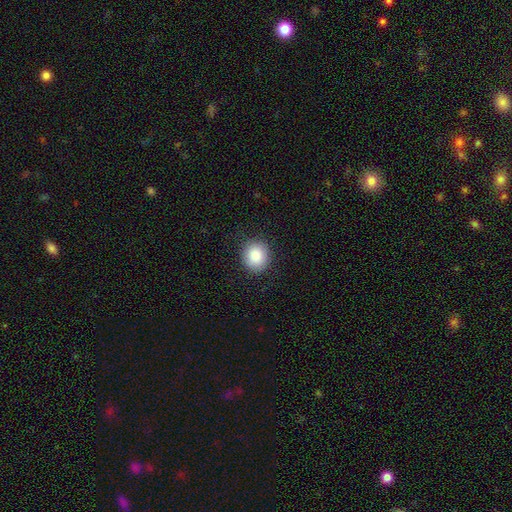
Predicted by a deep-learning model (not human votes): smooth 87%, star or artifact 8%, featured or disk 5%. Down the decision tree: how rounded — round (76%); merging — none (87%).